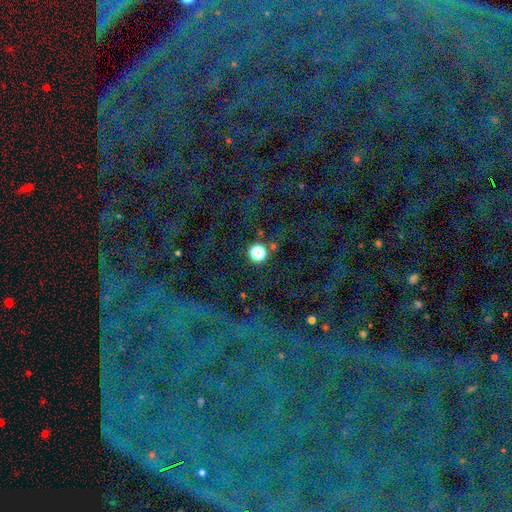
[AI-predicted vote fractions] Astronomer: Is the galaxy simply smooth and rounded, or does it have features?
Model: star or artifact — 85%.